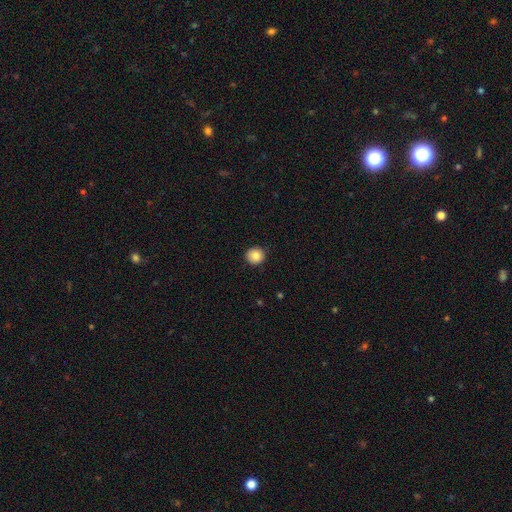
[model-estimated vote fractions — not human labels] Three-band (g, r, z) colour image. It shows a smooth galaxy with no disk features (83%) that is round (90%). Merging: none (88%).